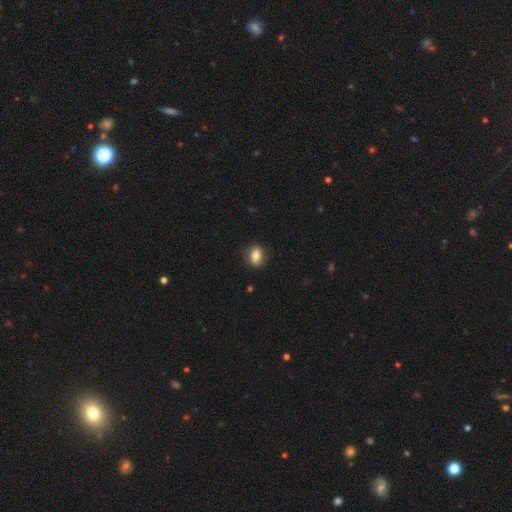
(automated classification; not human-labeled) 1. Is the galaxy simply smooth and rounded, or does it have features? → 82% smooth, 10% featured or disk, 8% star or artifact.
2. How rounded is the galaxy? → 63% in between, 35% round, 2% cigar-shaped.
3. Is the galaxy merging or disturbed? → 85% none, 11% minor disturbance, 3% major disturbance, 1% merger.